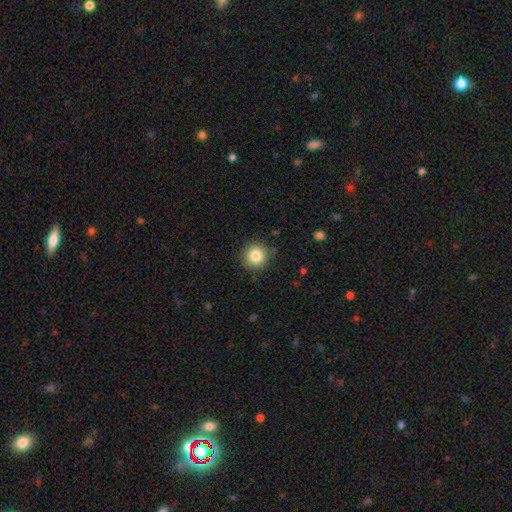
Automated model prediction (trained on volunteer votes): Overall: smooth (83%). How rounded: round (94%). Merging: none (89%).